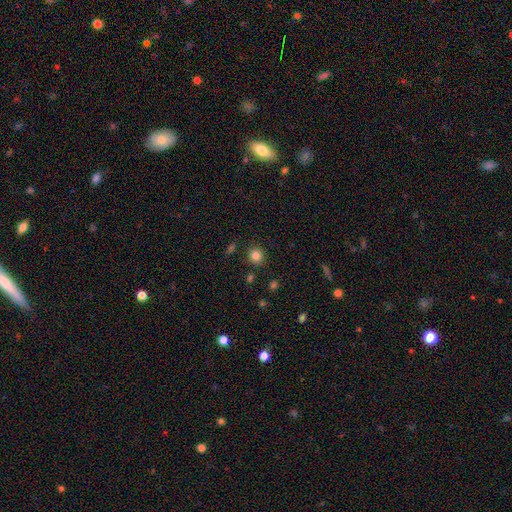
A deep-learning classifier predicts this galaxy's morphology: The model was most divided on "smooth or featured": smooth: 83%, star or artifact: 12%, featured or disk: 5%. More confident: how rounded — round (90%); merging — none (88%).